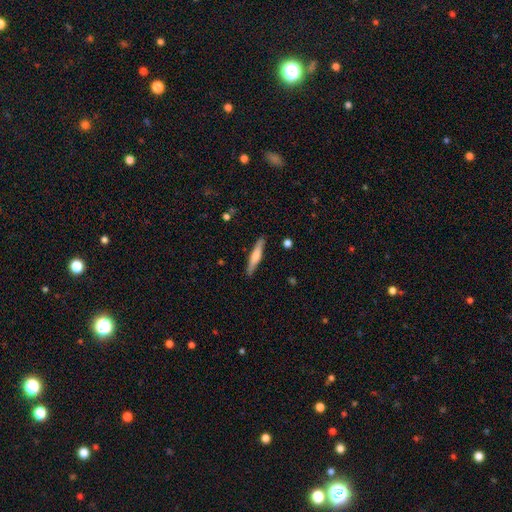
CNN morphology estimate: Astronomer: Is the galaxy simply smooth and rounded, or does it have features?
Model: smooth — 54% (runner-up: featured or disk, 40%).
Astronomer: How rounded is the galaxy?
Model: cigar-shaped — 90%.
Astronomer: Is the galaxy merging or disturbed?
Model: none — 89%.